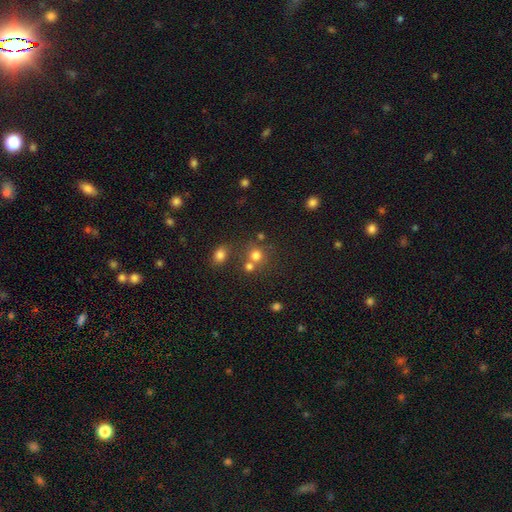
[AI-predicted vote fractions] Morphology: type=smooth (73%); roundness=round (85%); merging=none (57%).